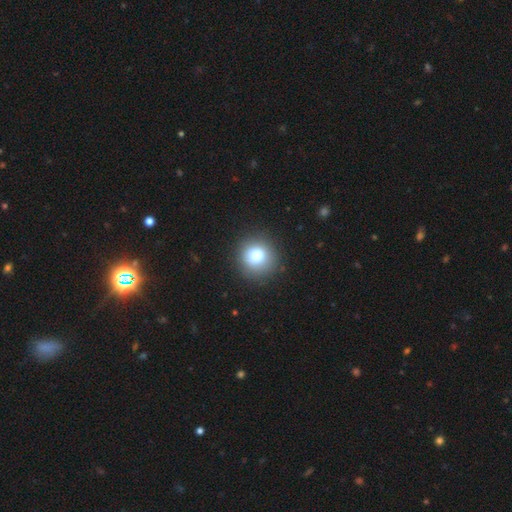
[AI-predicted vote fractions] A smooth galaxy with no disk features (79%) that is round (93%).

Vote fractions:
- Smooth or featured? smooth: 79% / star or artifact: 12% / featured or disk: 9%
- How rounded? round: 93% / in between: 6% / cigar-shaped: 1%
- Merging? none: 90% / minor disturbance: 6% / major disturbance: 3% / merger: 1%